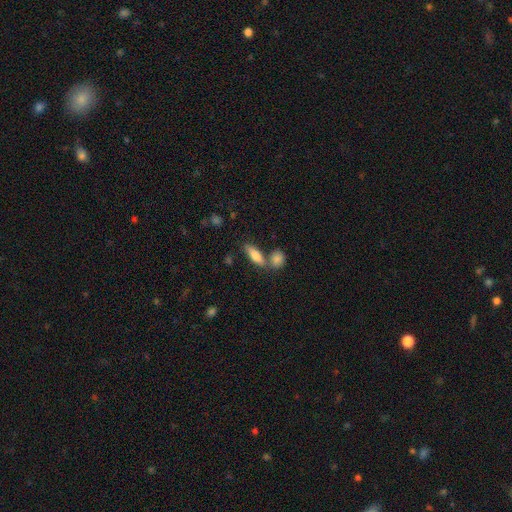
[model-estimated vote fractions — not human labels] smooth-or-featured: smooth: 76% | featured or disk: 17% | star or artifact: 7%
  how-rounded: in between: 59% | cigar-shaped: 37% | round: 4%
  merging: none: 59% | merger: 27% | minor disturbance: 11% | major disturbance: 3%